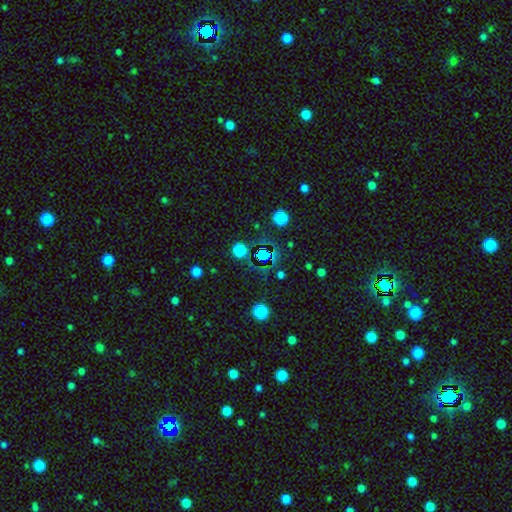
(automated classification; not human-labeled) A star or artifact, not a galaxy (74%).